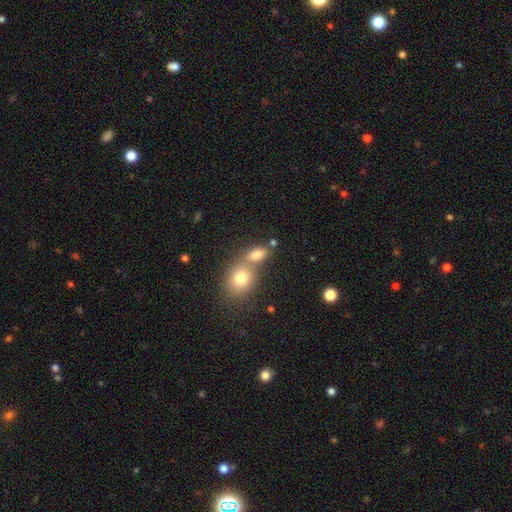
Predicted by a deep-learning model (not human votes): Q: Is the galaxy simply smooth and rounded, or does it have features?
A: smooth — 74%.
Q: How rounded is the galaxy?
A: in between — 60%.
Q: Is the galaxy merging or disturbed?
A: merger — 51%.